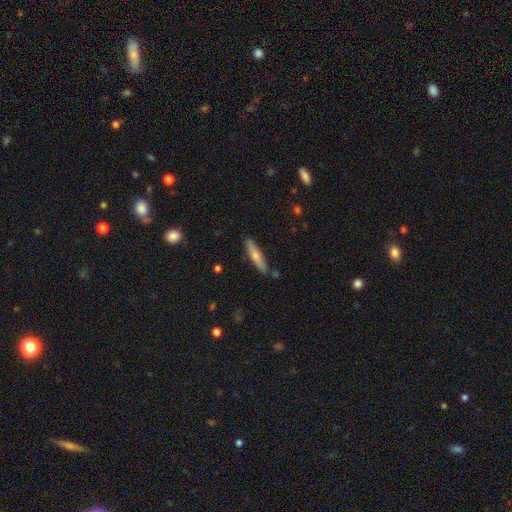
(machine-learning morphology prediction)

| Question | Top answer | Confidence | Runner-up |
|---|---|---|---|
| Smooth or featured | smooth | 65% | featured or disk (29%) |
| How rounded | cigar-shaped | 83% | in between (16%) |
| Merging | none | 83% | minor disturbance (12%) |